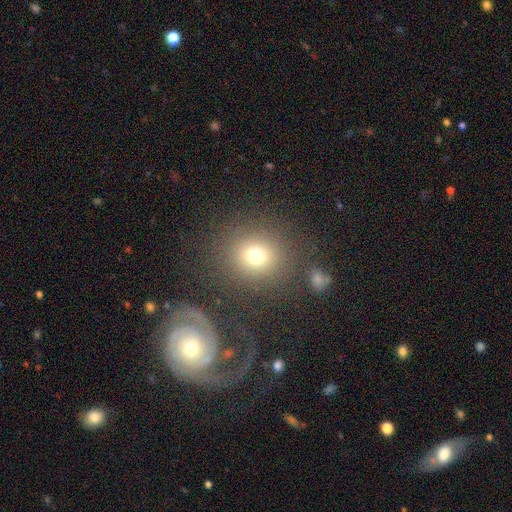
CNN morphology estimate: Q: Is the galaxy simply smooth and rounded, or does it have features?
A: smooth — 74%.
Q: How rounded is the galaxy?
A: round — 85%.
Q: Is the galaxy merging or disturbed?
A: none — 80%.